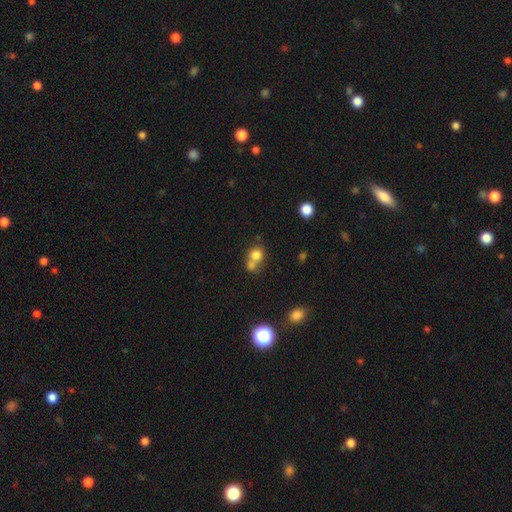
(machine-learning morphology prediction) Smooth or featured? smooth (76%)
How rounded? round (80%)
Merging? merger (53%)